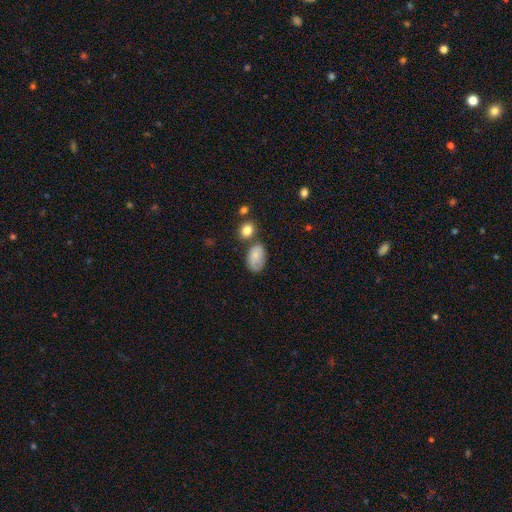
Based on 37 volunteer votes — smooth-or-featured: smooth: 68% | featured or disk: 30% | star or artifact: 3%
  how-rounded: in between: 88% | round: 12% | cigar-shaped: 0%
  merging: none: 53% | minor disturbance: 28% | major disturbance: 14% | merger: 6%